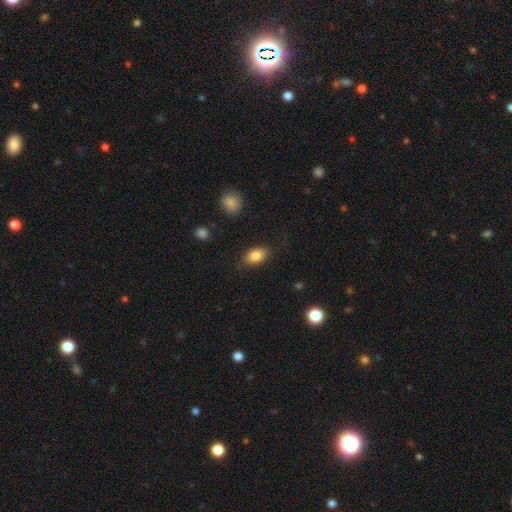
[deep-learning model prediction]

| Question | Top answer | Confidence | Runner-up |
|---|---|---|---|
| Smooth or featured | smooth | 83% | featured or disk (9%) |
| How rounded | in between | 88% | round (8%) |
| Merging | none | 80% | minor disturbance (14%) |